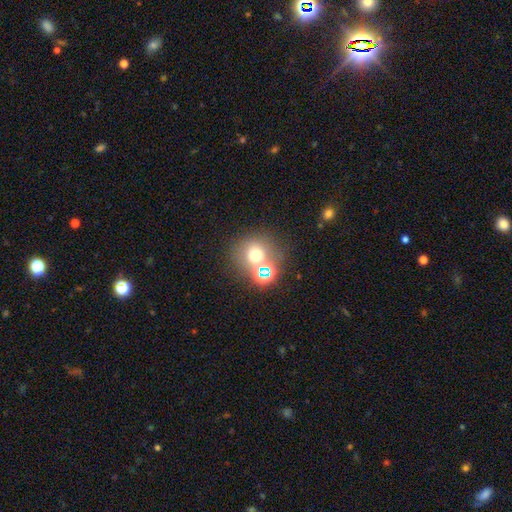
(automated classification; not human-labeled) This is likely a smooth galaxy (63%). How rounded: clearly round (84%). Merging: possibly none (59%).